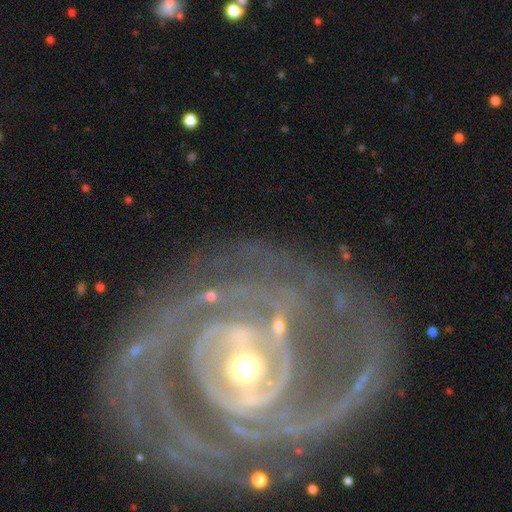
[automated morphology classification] A featured or disk galaxy (90%) with a strong bar (35%), 2 (32%) tight (71%) spiral arms (94%) and a moderate central bulge (59%). Merging: none (72%).